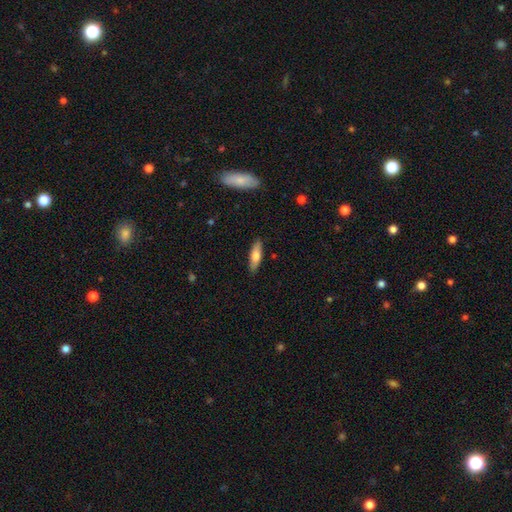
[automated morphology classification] Overall: smooth (69%). How rounded: cigar-shaped (55%; in between 43%). Merging: none (87%).